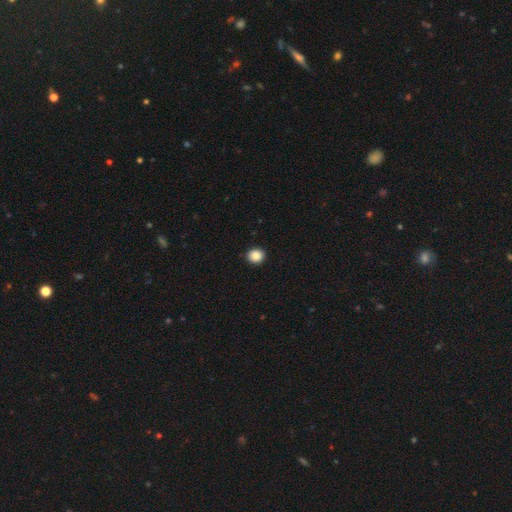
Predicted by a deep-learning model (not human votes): Smooth or featured?
  - smooth: 87% *
  - star or artifact: 9%
  - featured or disk: 3%
How rounded?
  - round: 86% *
  - in between: 13%
  - cigar-shaped: 1%
Merging?
  - none: 92% *
  - minor disturbance: 5%
  - major disturbance: 2%
  - merger: 1%